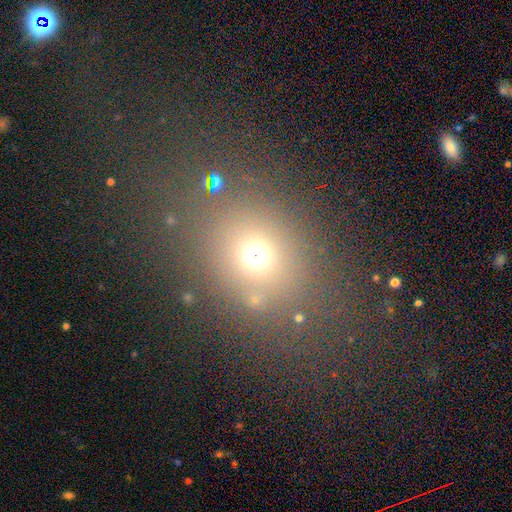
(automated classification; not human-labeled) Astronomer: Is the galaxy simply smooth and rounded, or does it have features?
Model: smooth — 66%.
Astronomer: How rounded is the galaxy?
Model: round — 72%.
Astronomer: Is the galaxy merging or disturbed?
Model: none — 68%.